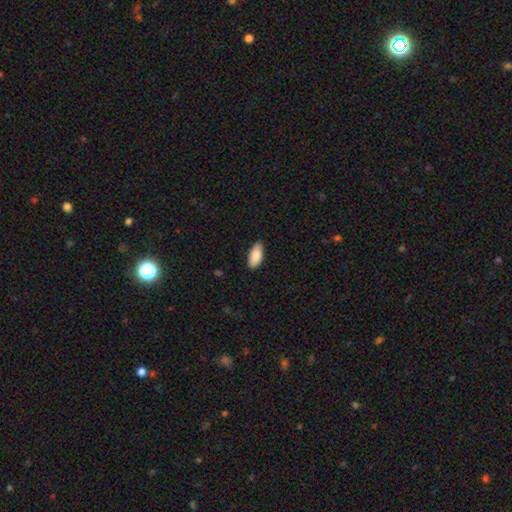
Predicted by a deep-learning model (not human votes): Smooth or featured? Predicted: smooth (p=0.85). How rounded? Predicted: in between (p=0.89). Merging? Predicted: none (p=0.84).